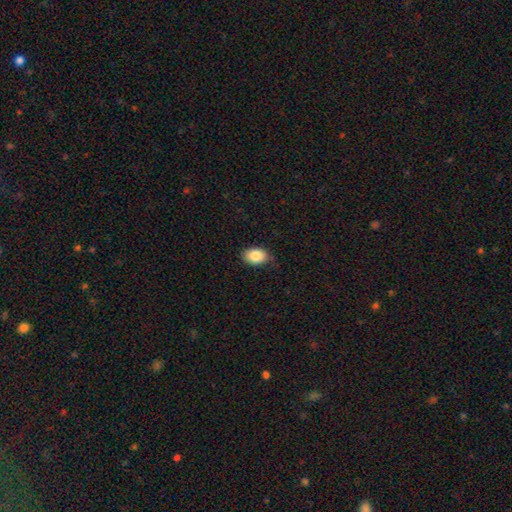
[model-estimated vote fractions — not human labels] A smooth galaxy with no disk features (85%) that is in between round and cigar-shaped (84%). Merging: none (77%).